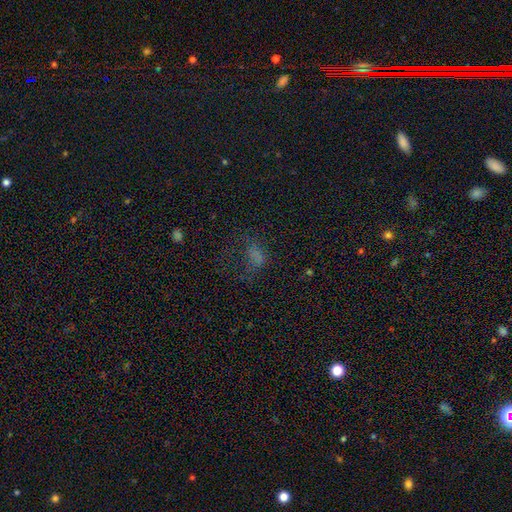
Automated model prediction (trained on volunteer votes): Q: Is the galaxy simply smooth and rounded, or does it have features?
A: smooth — 49%.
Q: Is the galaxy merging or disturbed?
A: major disturbance — 39%.